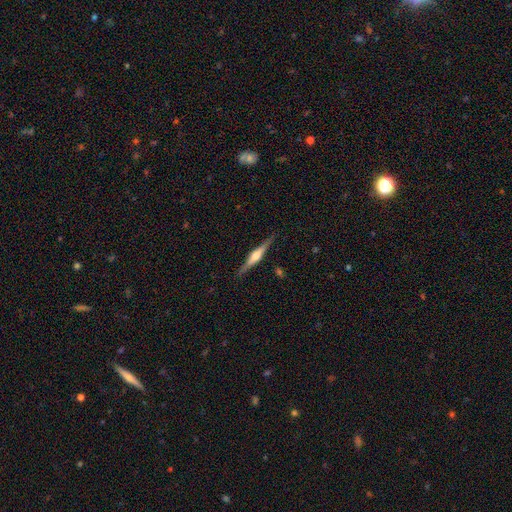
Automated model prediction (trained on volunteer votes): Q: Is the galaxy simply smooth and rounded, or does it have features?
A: featured or disk — 75%.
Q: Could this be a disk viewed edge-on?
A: yes — 98%.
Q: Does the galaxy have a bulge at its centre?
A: rounded — 72%.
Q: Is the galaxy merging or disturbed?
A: none — 89%.